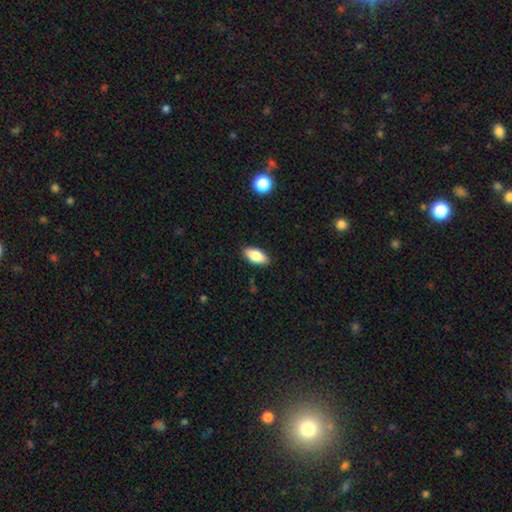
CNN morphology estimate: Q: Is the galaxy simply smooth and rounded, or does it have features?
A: smooth — 83%.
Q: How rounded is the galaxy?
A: in between — 89%.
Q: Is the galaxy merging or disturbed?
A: none — 88%.